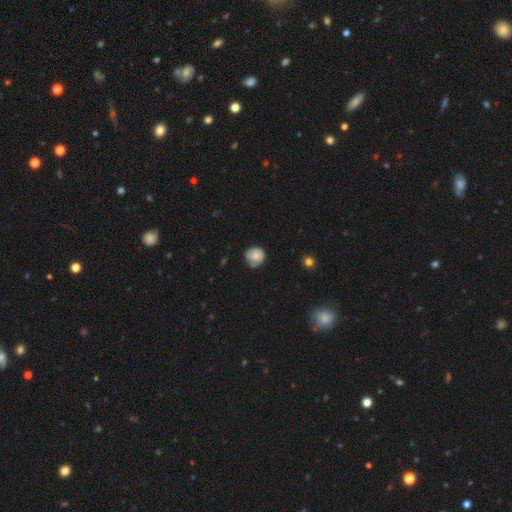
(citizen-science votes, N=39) smooth 74%, featured or disk 21%, star or artifact 5%. Down the decision tree: how rounded — round (86%); merging — minor disturbance (51%).